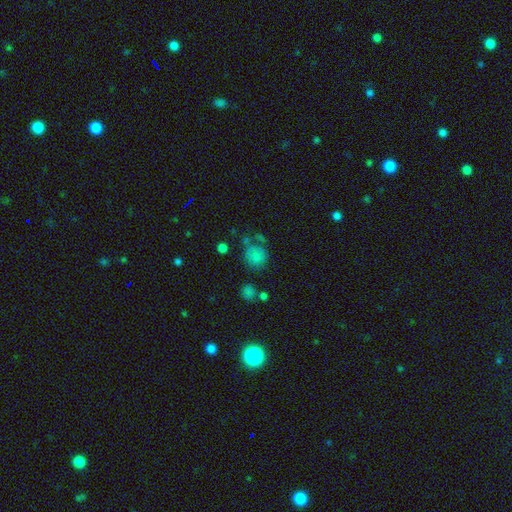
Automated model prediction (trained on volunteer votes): Smooth or featured? smooth (78%)
How rounded? round (82%)
Merging? none (59%)